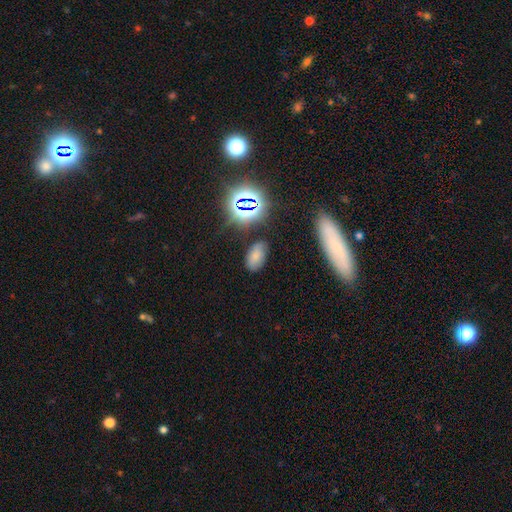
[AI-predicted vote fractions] Morphology: type=smooth (66%); roundness=in between (93%); merging=none (74%).